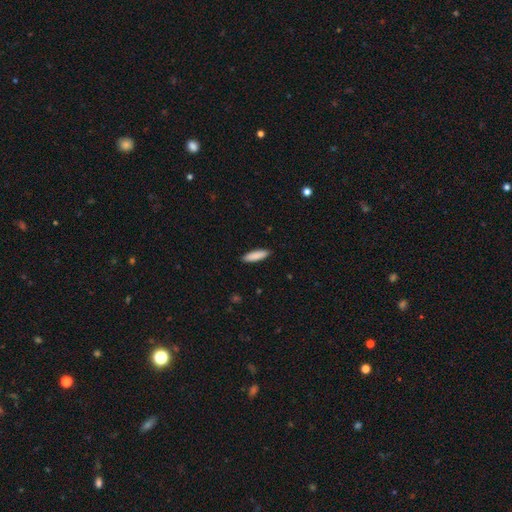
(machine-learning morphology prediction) A smooth galaxy with no disk features (88%) that is cigar-shaped (62%). Merging: none (90%).